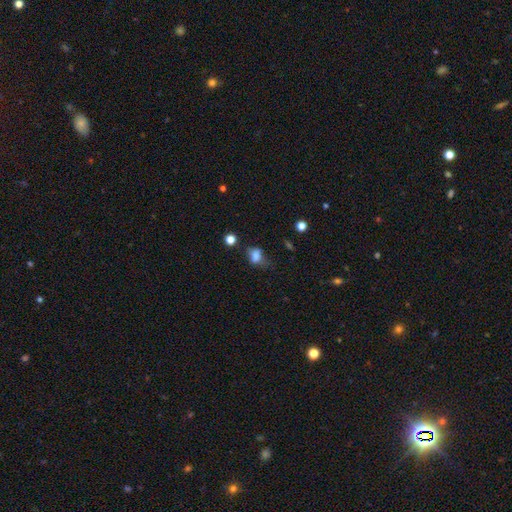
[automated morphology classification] A smooth galaxy with no disk features (76%) that is in between round and cigar-shaped (64%). Merging: none (40%).